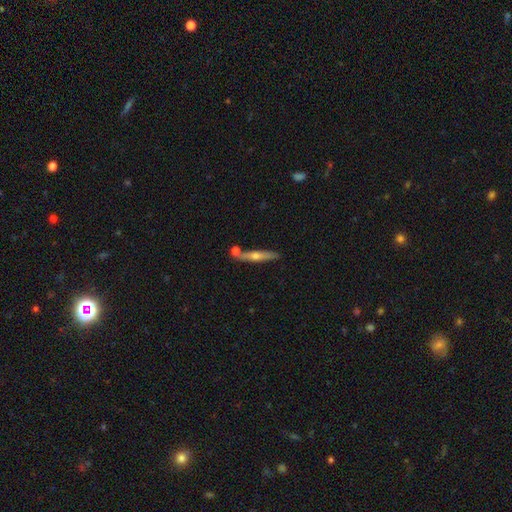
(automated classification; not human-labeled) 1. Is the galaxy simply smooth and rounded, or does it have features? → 56% featured or disk, 38% smooth, 6% star or artifact.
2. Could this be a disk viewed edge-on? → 93% yes, 7% no.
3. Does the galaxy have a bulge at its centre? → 84% rounded, 12% none, 4% boxy.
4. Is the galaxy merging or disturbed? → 75% none, 11% minor disturbance, 11% merger, 2% major disturbance.